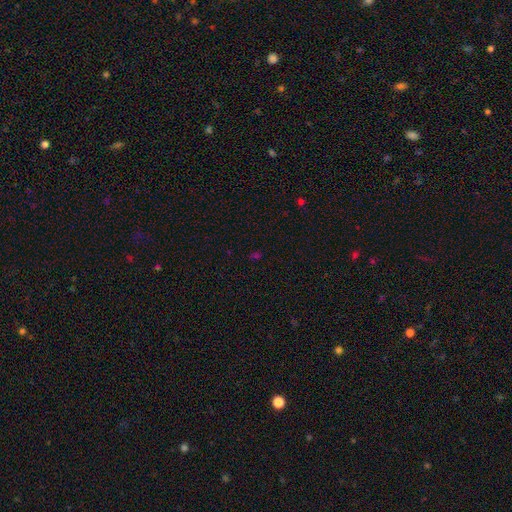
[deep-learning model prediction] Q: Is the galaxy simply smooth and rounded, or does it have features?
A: star or artifact — 52%.